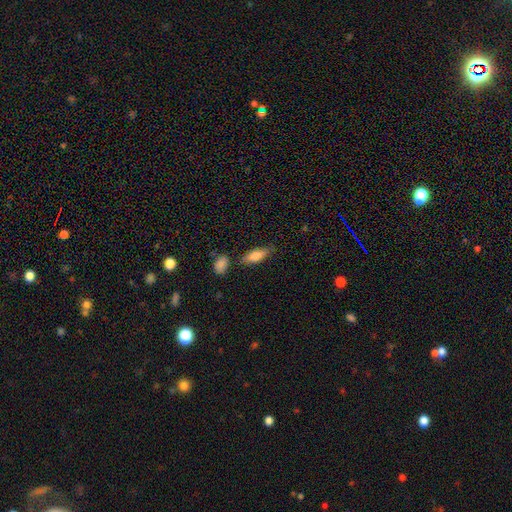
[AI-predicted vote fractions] smooth_or_featured: smooth (p=0.74) [alt: featured or disk p=0.19]
how_rounded: in between (p=0.64) [alt: cigar-shaped p=0.34]
merging: none (p=0.72) [alt: minor disturbance p=0.17]